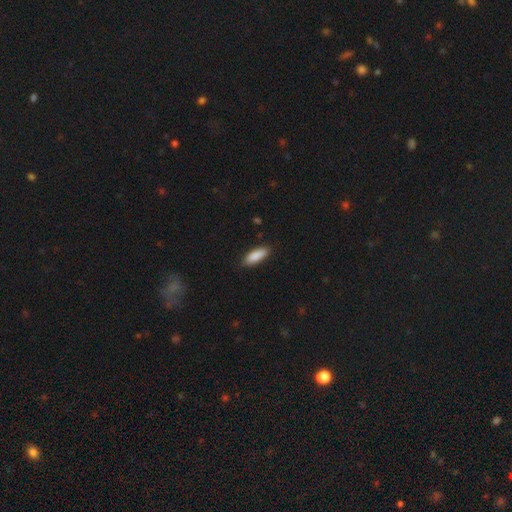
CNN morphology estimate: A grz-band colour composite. It shows a smooth galaxy with no disk features (88%) that is in between round and cigar-shaped (64%). Merging: none (84%).